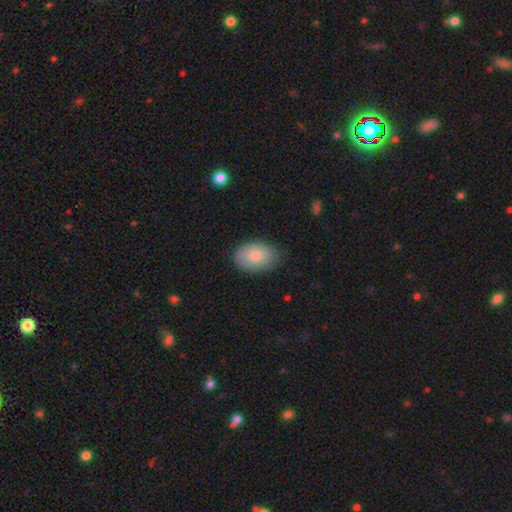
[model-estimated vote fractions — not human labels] A smooth galaxy with no disk features (80%) that is in between round and cigar-shaped (87%). Merging: none (75%).